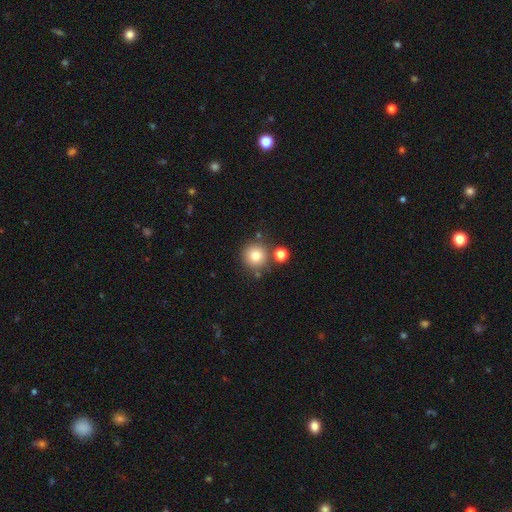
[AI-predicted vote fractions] smooth 77%, star or artifact 13%, featured or disk 10%. Down the decision tree: how rounded — round (95%); merging — none (79%).